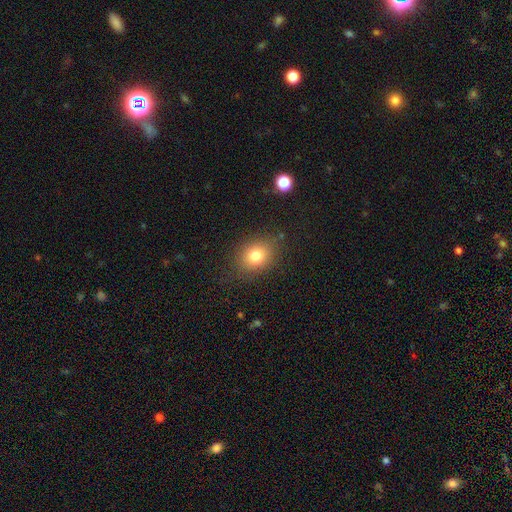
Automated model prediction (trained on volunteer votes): A smooth galaxy with no disk features (79%) that is in between round and cigar-shaped (52%).

Vote fractions:
- Smooth or featured? smooth: 79% / star or artifact: 12% / featured or disk: 9%
- How rounded? in between: 52% / round: 47% / cigar-shaped: 1%
- Merging? none: 83% / minor disturbance: 12% / major disturbance: 4% / merger: 1%